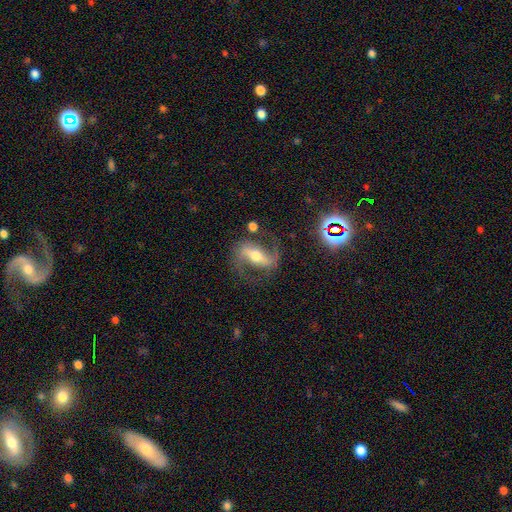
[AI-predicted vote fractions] Smooth or featured? Predicted: featured or disk (p=0.83). Edge-on disk? Predicted: no (p=0.91). Bar? Predicted: strong (p=0.61). Spiral arms? Predicted: yes (p=0.93). Spiral winding? Predicted: loose (p=0.45). Spiral arm count? Predicted: 2 (p=0.91). Bulge size? Predicted: moderate (p=0.63). Merging? Predicted: none (p=0.73).